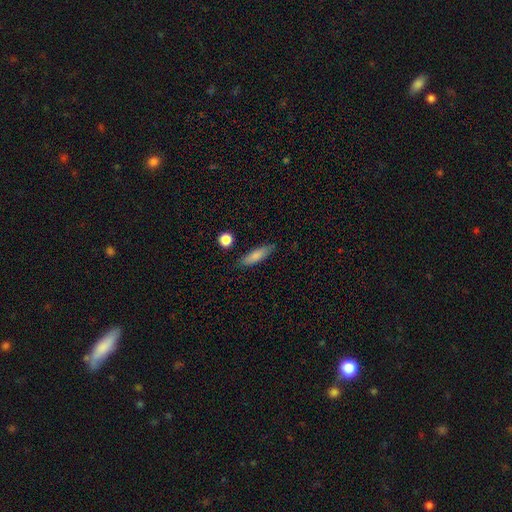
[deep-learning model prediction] smooth_or_featured: smooth (p=0.81) [alt: featured or disk p=0.12]
how_rounded: cigar-shaped (p=0.59) [alt: in between p=0.38]
merging: none (p=0.83) [alt: minor disturbance p=0.12]